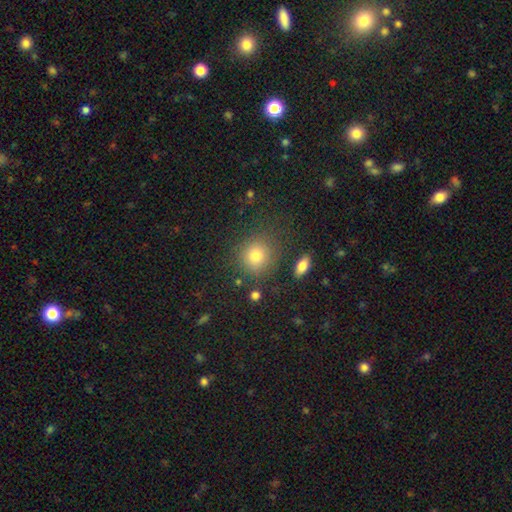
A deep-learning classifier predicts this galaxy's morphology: smooth-or-featured: smooth: 79% | star or artifact: 13% | featured or disk: 8%
  how-rounded: round: 82% | in between: 17% | cigar-shaped: 1%
  merging: none: 80% | minor disturbance: 12% | major disturbance: 5% | merger: 4%